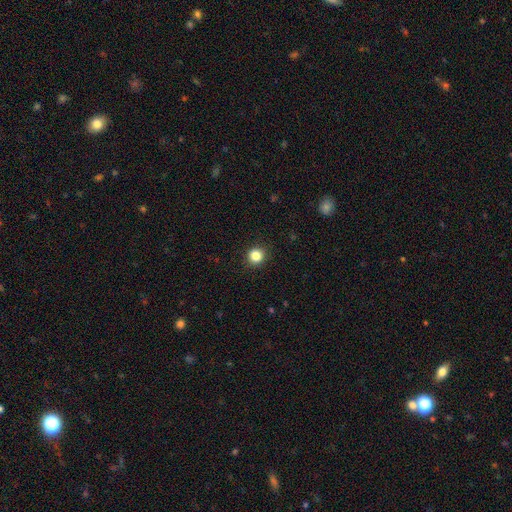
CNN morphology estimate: Smooth or featured? Predicted: smooth (p=0.84). How rounded? Predicted: round (p=0.91). Merging? Predicted: none (p=0.92).